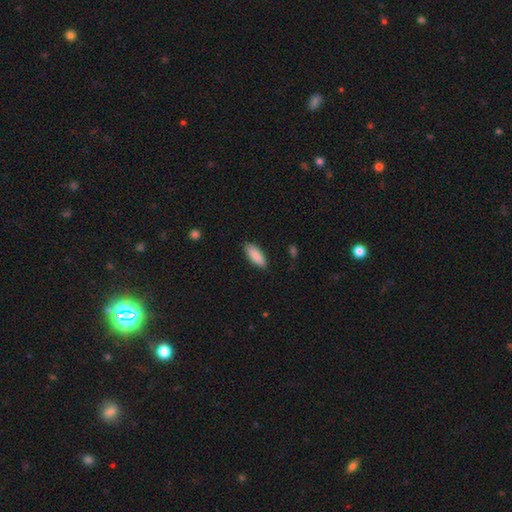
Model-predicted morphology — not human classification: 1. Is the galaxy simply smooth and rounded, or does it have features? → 89% smooth, 6% star or artifact, 5% featured or disk.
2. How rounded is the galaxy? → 74% in between, 25% cigar-shaped, 2% round.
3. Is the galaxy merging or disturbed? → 87% none, 10% minor disturbance, 2% major disturbance, 1% merger.